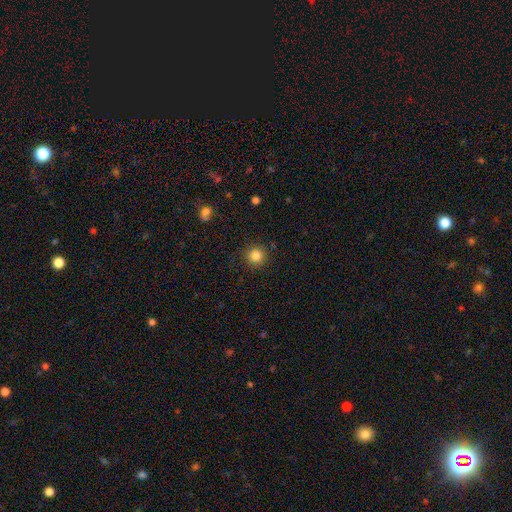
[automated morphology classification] type=smooth (84%); roundness=round (95%); merging=none (91%).